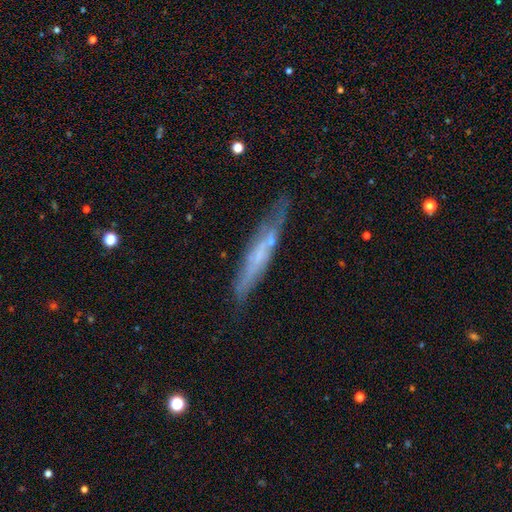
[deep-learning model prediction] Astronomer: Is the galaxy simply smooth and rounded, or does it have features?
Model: featured or disk — 52% (runner-up: smooth, 38%).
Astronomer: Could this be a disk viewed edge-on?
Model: yes — 78%.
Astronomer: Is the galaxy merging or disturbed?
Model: none — 74%.